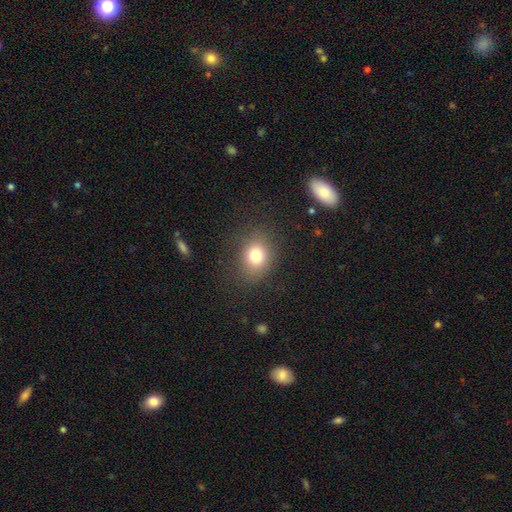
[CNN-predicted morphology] Smooth or featured: smooth — 78% (star or artifact — 13%)
How rounded: round — 58% (in between — 41%)
Merging: none — 81% (minor disturbance — 12%)